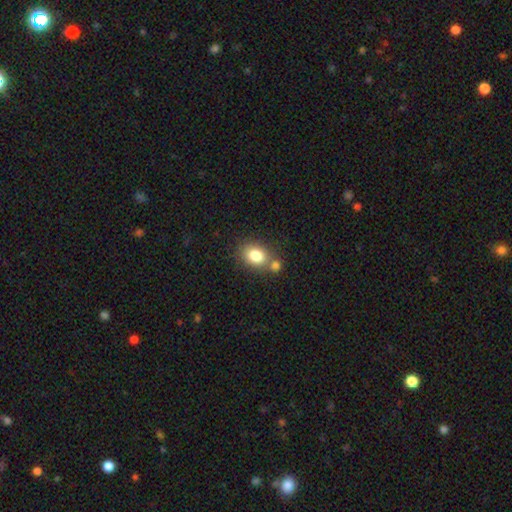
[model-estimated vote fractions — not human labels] smooth_or_featured: smooth (p=0.81) [alt: featured or disk p=0.10]
how_rounded: in between (p=0.64) [alt: round p=0.34]
merging: none (p=0.54) [alt: merger p=0.31]